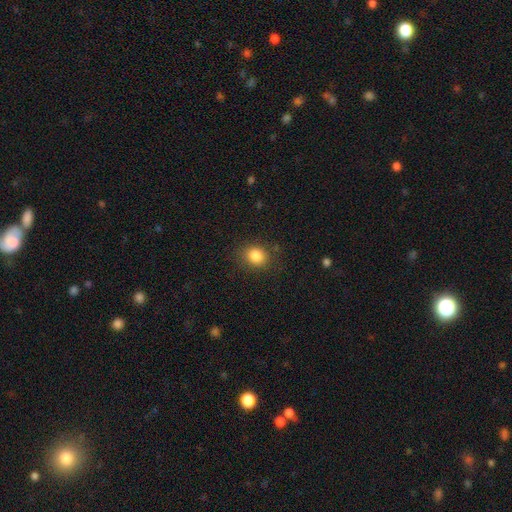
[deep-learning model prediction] Morphology: type=smooth (84%); roundness=round (64%); merging=none (83%).